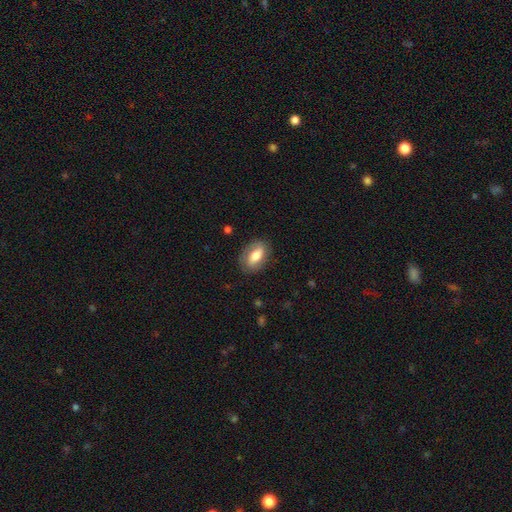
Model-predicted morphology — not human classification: smooth_or_featured: smooth (p=0.63) [alt: featured or disk p=0.30]
how_rounded: in between (p=0.87) [alt: round p=0.08]
merging: none (p=0.79) [alt: minor disturbance p=0.15]